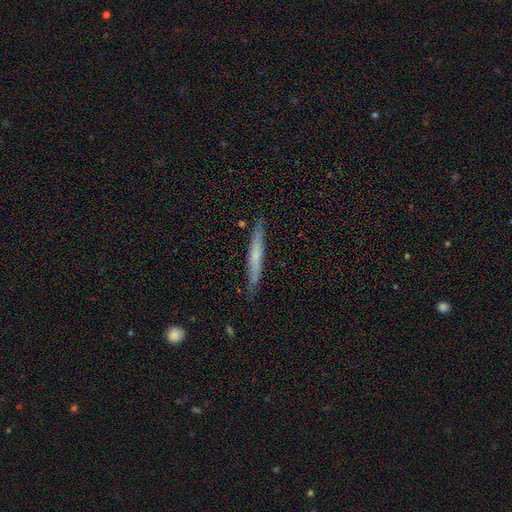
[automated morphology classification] Smooth or featured?
  - smooth: 51% *
  - featured or disk: 42%
  - star or artifact: 6%
How rounded?
  - cigar-shaped: 96% *
  - in between: 3%
  - round: 1%
Merging?
  - none: 85% *
  - minor disturbance: 12%
  - major disturbance: 2%
  - merger: 1%